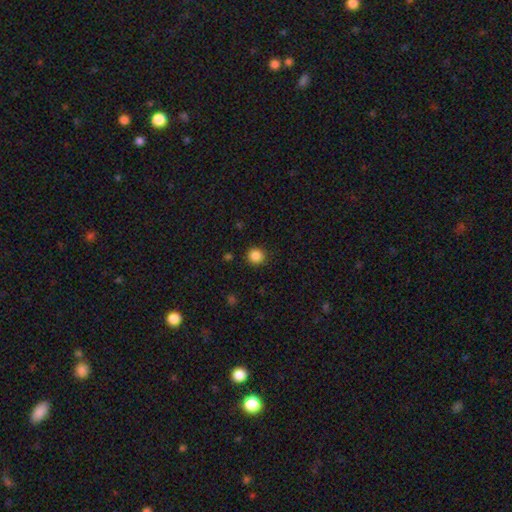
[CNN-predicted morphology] smooth-or-featured: smooth: 86% | star or artifact: 11% | featured or disk: 3%
  how-rounded: round: 92% | in between: 8% | cigar-shaped: 1%
  merging: none: 91% | minor disturbance: 6% | major disturbance: 2% | merger: 1%